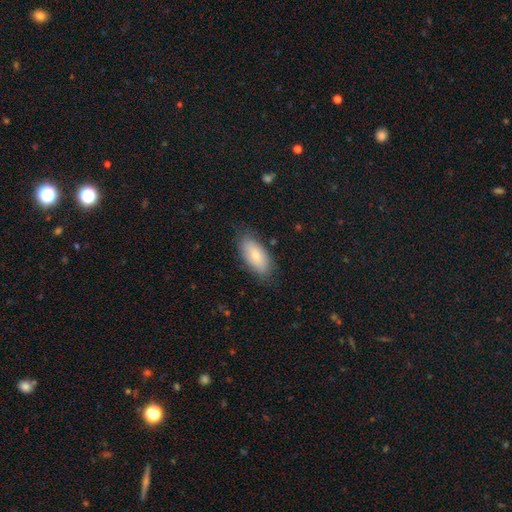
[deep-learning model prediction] Overall: smooth (76%). How rounded: in between (89%). Merging: none (78%).